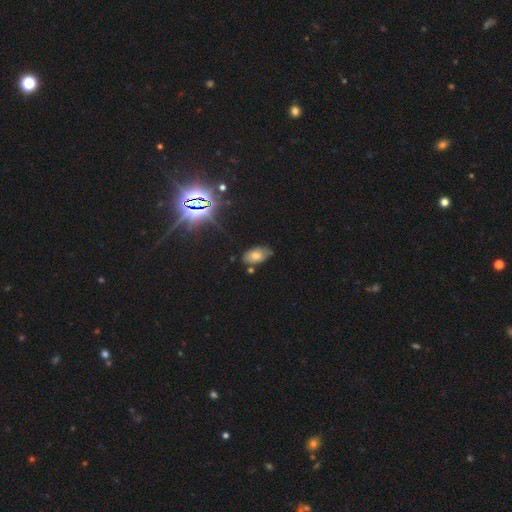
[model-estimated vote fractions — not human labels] Overall: smooth (64%). How rounded: in between (92%). Merging: none (72%).